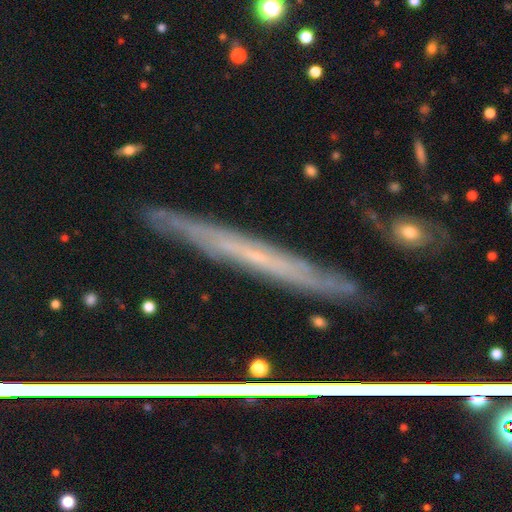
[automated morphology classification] Overall: featured or disk (48%; star or artifact 28%). Merging: none (88%).